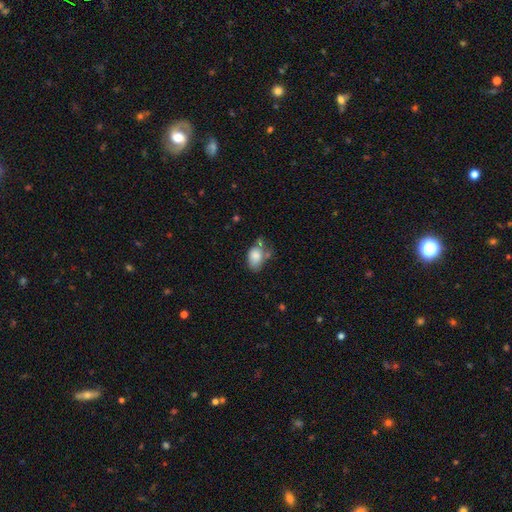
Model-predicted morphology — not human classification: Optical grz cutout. It shows a smooth galaxy with no disk features (80%) that is in between round and cigar-shaped (87%). Merging: none (41%).